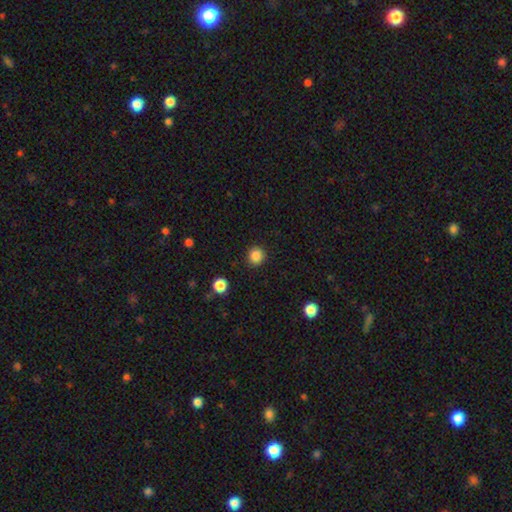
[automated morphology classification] smooth 86%, star or artifact 11%, featured or disk 3%. Down the decision tree: how rounded — round (91%); merging — none (91%).